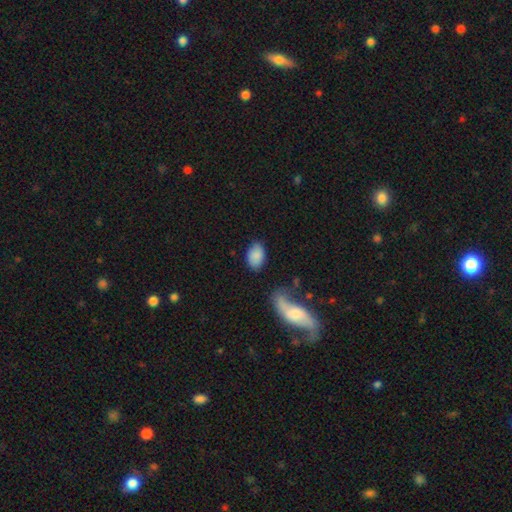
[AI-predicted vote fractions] Q: Smooth or featured?
A: smooth (85%); runner-up: featured or disk (8%)
Q: How rounded?
A: in between (89%); runner-up: round (10%)
Q: Merging?
A: none (76%); runner-up: minor disturbance (15%)